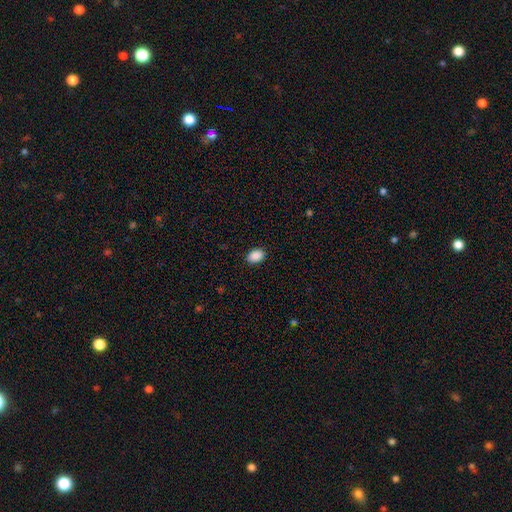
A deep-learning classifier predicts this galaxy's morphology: A smooth galaxy with no disk features (90%) that is in between round and cigar-shaped (81%).

Vote fractions:
- Smooth or featured? smooth: 90% / star or artifact: 8% / featured or disk: 2%
- How rounded? in between: 81% / round: 18% / cigar-shaped: 1%
- Merging? none: 89% / minor disturbance: 8% / major disturbance: 2% / merger: 1%